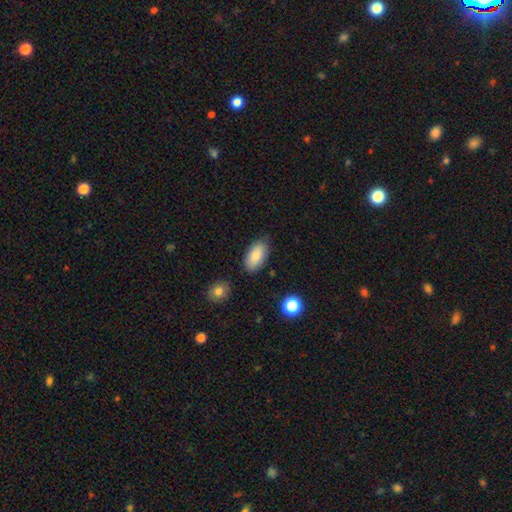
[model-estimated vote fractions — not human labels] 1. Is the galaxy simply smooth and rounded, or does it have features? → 87% smooth, 7% star or artifact, 7% featured or disk.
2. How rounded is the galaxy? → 94% in between, 3% cigar-shaped, 3% round.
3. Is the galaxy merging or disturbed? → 81% none, 13% minor disturbance, 3% major disturbance, 2% merger.